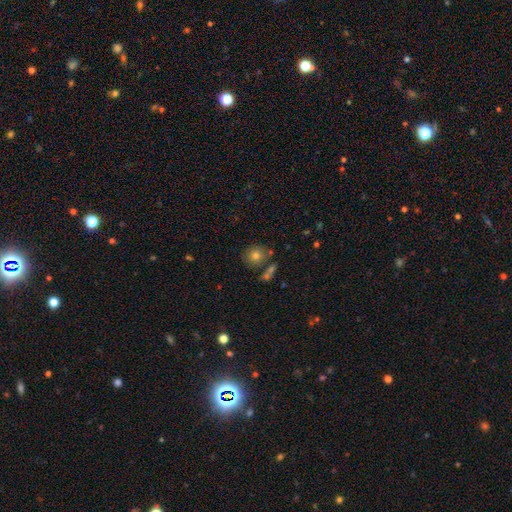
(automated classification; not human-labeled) This appears to be a smooth galaxy with no disk features (76%) that is round (84%). Merging: none (71%).